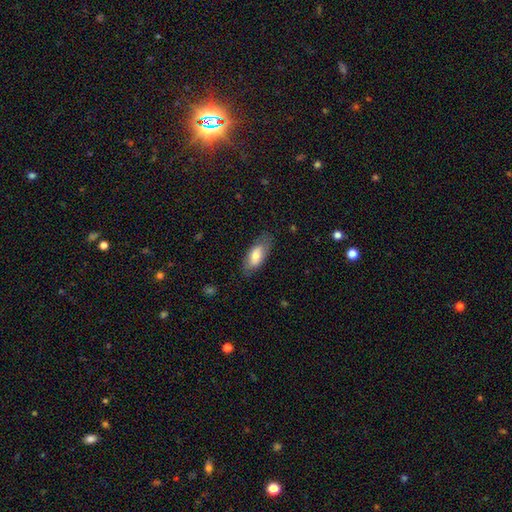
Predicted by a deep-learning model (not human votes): This appears to be a smooth galaxy with no disk features (71%) that is in between round and cigar-shaped (86%). Merging: none (78%).